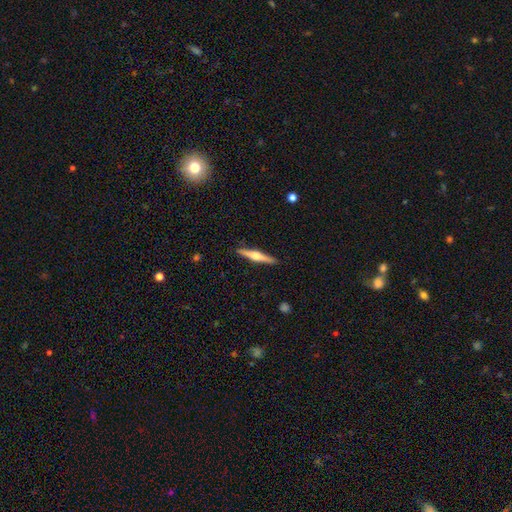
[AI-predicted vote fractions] smooth-or-featured: featured or disk: 69% | smooth: 26% | star or artifact: 5%
  disk-edge-on: yes: 98% | no: 2%
    edge-on-bulge: rounded: 90% | boxy: 7% | none: 4%
  merging: none: 91% | minor disturbance: 7% | major disturbance: 1% | merger: 1%